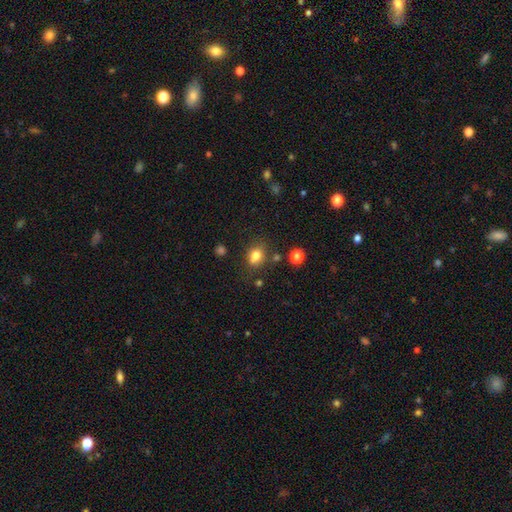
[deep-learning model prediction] The model was most divided on "how rounded": in between: 53%, round: 45%, cigar-shaped: 1%. More confident: smooth or featured — smooth (79%); merging — none (70%).